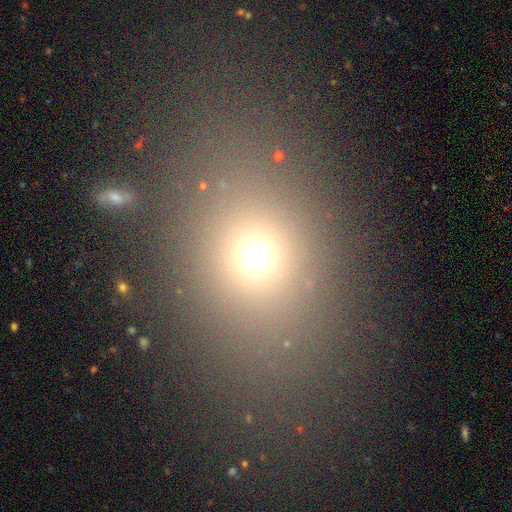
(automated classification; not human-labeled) Overall: smooth (68%). How rounded: in between (55%; round 43%). Merging: none (76%).